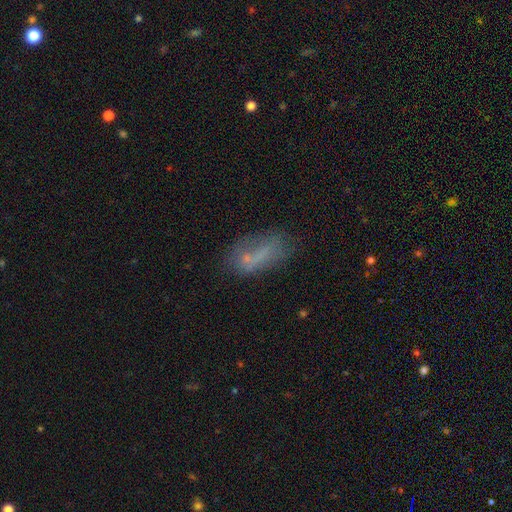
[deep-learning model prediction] smooth 57%, featured or disk 28%, star or artifact 16%. Down the decision tree: how rounded — in between (75%); merging — none (54%).